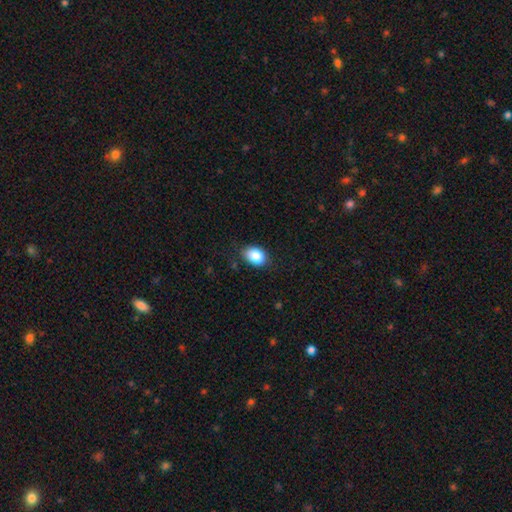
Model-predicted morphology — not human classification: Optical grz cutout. It shows a smooth galaxy with no disk features (87%) that is in between round and cigar-shaped (77%). Merging: none (80%).